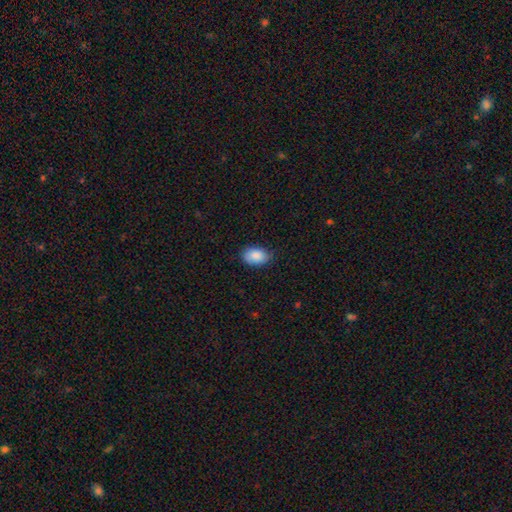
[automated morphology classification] This appears to be a smooth galaxy with no disk features (88%) that is in between round and cigar-shaped (88%). Merging: none (79%).